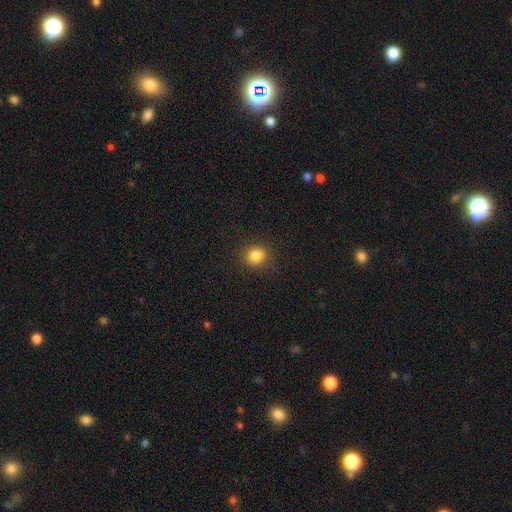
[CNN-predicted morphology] Smooth or featured: smooth — 84% (star or artifact — 12%)
How rounded: round — 82% (in between — 17%)
Merging: none — 88% (minor disturbance — 8%)